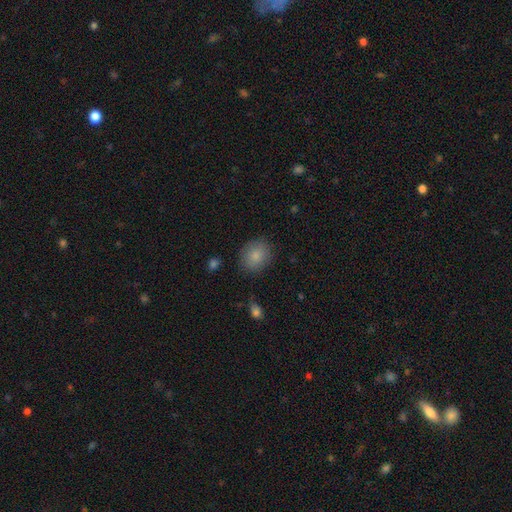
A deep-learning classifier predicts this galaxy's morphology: smooth_or_featured: smooth (p=0.85) [alt: star or artifact p=0.08]
how_rounded: round (p=0.57) [alt: in between p=0.42]
merging: none (p=0.84) [alt: minor disturbance p=0.11]